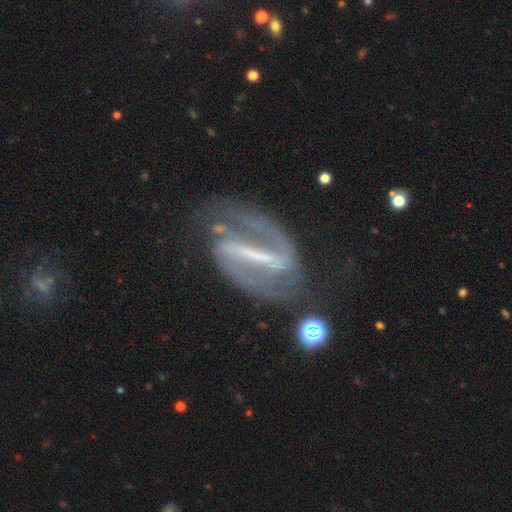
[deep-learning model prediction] Overall: featured or disk (91%). Edge-on disk: no (95%). Bar: strong (85%). Spiral arms: yes (95%). Spiral arm count: 2 (93%). Spiral winding: medium (52%; tight 24%). Bulge size: small (43%; none 42%). Merging: none (73%).